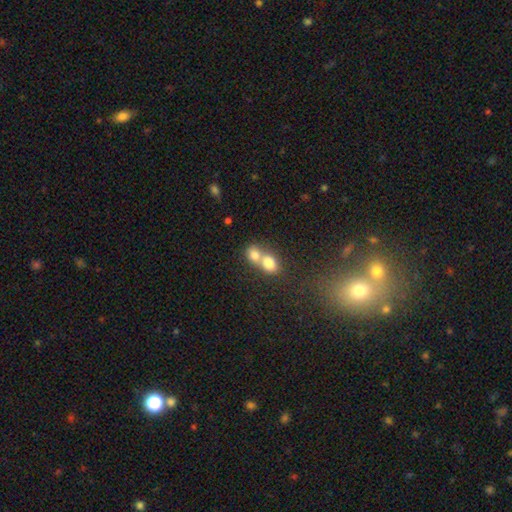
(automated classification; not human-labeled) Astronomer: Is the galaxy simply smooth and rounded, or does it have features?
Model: smooth — 74%.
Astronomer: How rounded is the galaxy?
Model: round — 56% (runner-up: in between, 42%).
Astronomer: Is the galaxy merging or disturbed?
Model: merger — 71%.